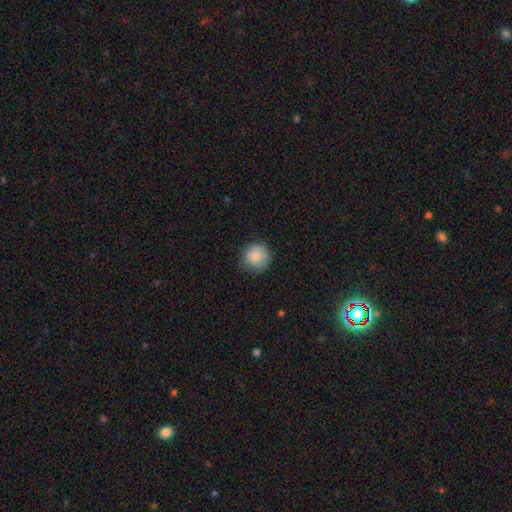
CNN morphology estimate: A smooth galaxy with no disk features (86%) that is round (92%). Merging: none (77%).